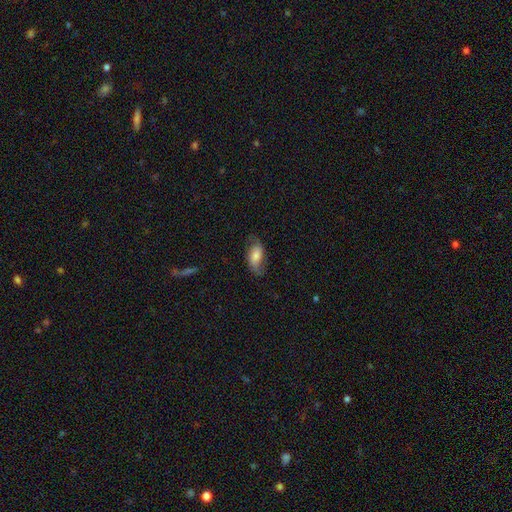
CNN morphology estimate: smooth 52%, featured or disk 40%, star or artifact 8%. Down the decision tree: how rounded — in between (90%); merging — none (66%).